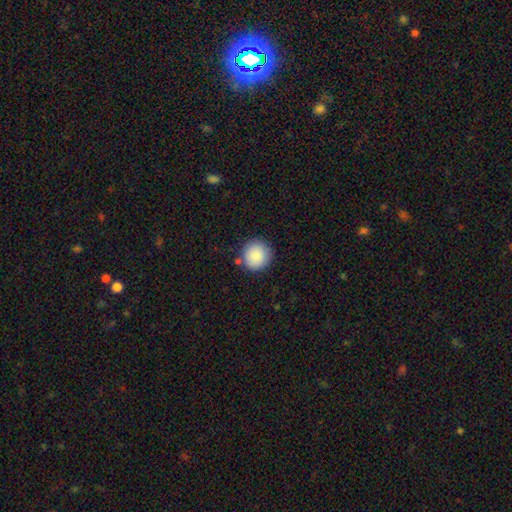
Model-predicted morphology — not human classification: This appears to be a smooth galaxy with no disk features (87%) that is round (93%). Merging: none (84%).